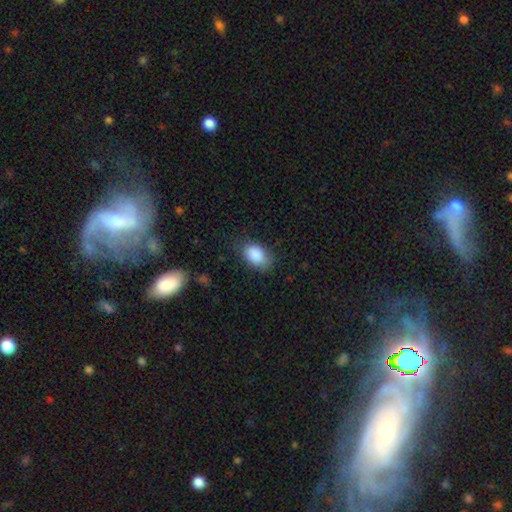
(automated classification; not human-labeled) A smooth galaxy with no disk features (88%) that is in between round and cigar-shaped (87%). Merging: none (75%).